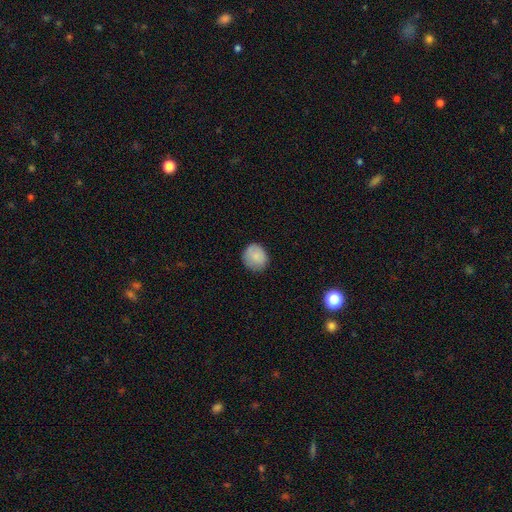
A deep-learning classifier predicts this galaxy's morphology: smooth 83%, featured or disk 9%, star or artifact 8%. Down the decision tree: how rounded — round (82%); merging — none (79%).